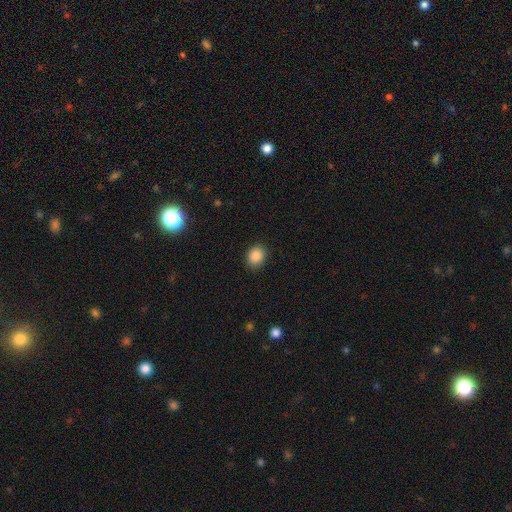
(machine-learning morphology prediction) smooth-or-featured: smooth: 87% | star or artifact: 9% | featured or disk: 3%
  how-rounded: round: 57% | in between: 42% | cigar-shaped: 1%
  merging: none: 88% | minor disturbance: 9% | major disturbance: 2% | merger: 1%